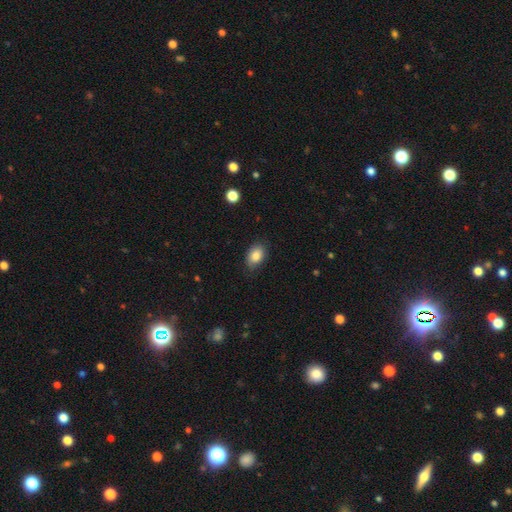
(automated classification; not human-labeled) smooth 85%, star or artifact 8%, featured or disk 7%. Down the decision tree: how rounded — in between (84%); merging — none (79%).